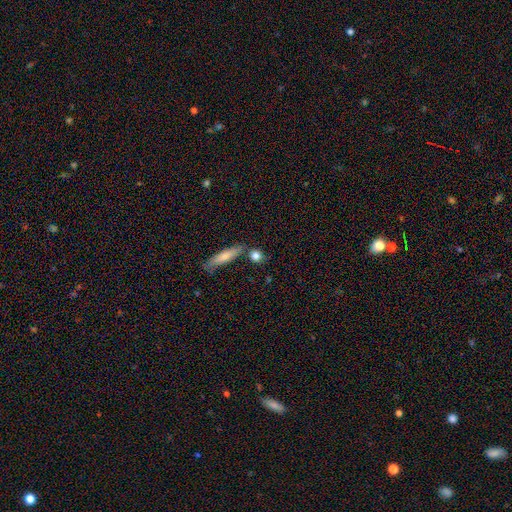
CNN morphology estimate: A smooth galaxy with no disk features (80%) that is round (64%).

Vote fractions:
- Smooth or featured? smooth: 80% / featured or disk: 11% / star or artifact: 9%
- How rounded? round: 64% / in between: 22% / cigar-shaped: 14%
- Merging? none: 71% / merger: 14% / minor disturbance: 11% / major disturbance: 4%